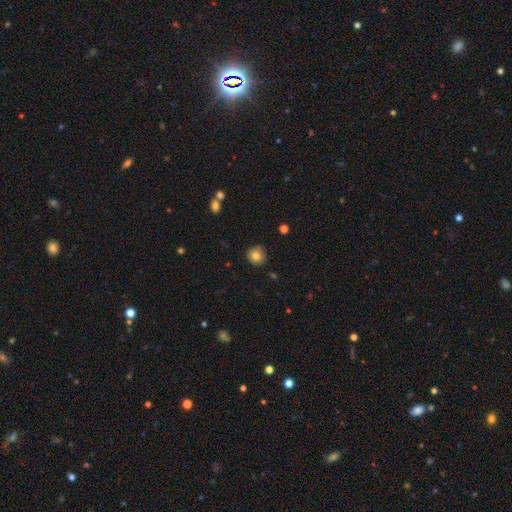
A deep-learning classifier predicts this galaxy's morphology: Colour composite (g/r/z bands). It shows a smooth galaxy with no disk features (81%) that is round (91%). Merging: none (83%).